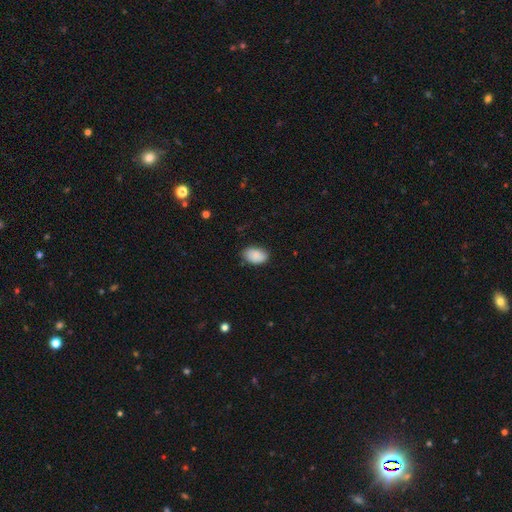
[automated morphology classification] Smooth or featured? smooth (86%)
How rounded? in between (90%)
Merging? none (77%)